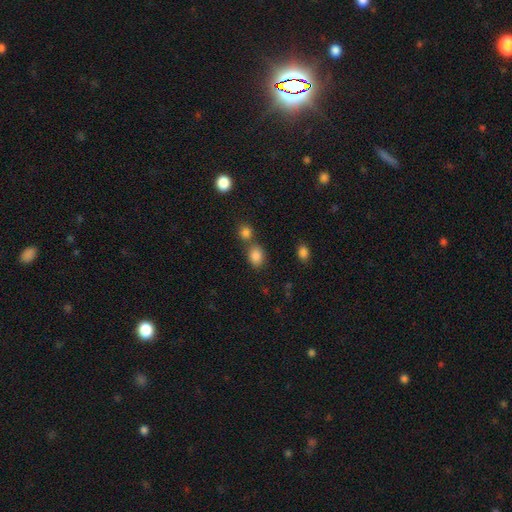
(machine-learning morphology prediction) Q: Smooth or featured?
A: smooth (84%); runner-up: star or artifact (11%)
Q: How rounded?
A: in between (59%); runner-up: round (40%)
Q: Merging?
A: none (55%); runner-up: merger (30%)